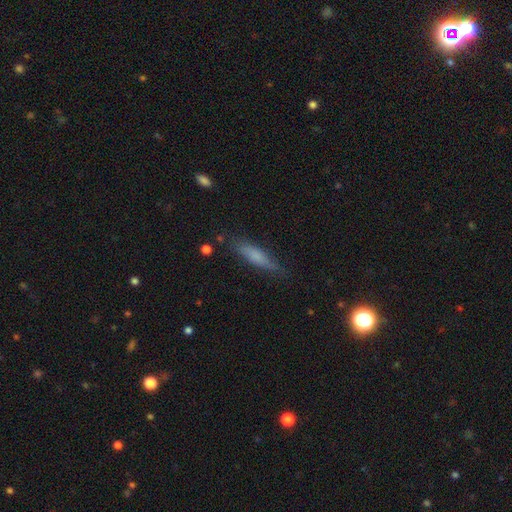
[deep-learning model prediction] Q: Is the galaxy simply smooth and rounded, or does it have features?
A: smooth — 67%.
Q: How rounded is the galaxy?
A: cigar-shaped — 76%.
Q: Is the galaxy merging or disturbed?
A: none — 76%.